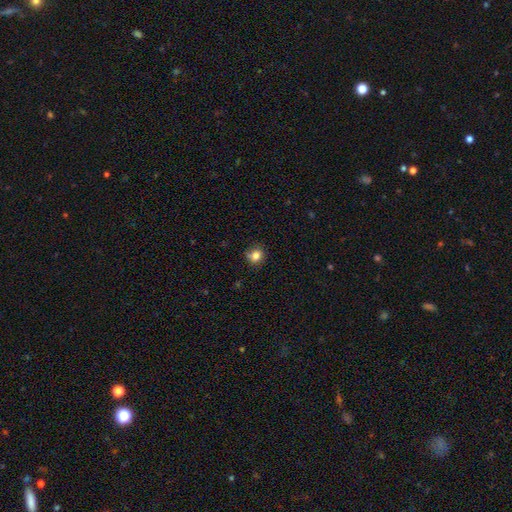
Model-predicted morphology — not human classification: smooth 81%, star or artifact 12%, featured or disk 7%. Down the decision tree: how rounded — round (77%); merging — none (71%).